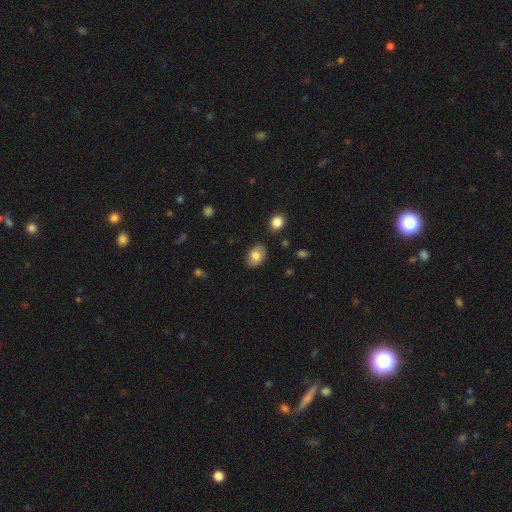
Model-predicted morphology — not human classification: Smooth or featured? Predicted: smooth (p=0.79). How rounded? Predicted: in between (p=0.80). Merging? Predicted: none (p=0.83).